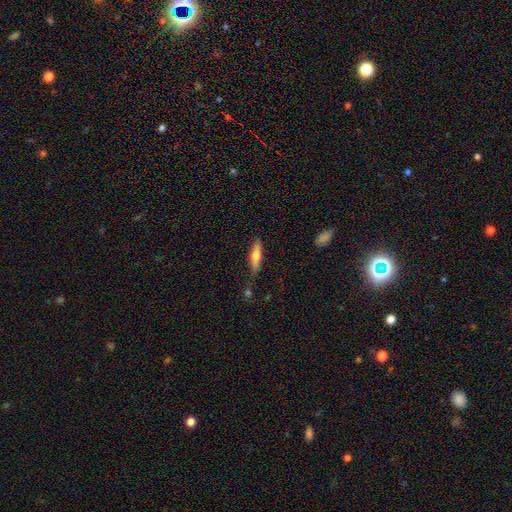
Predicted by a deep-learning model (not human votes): Q: Smooth or featured?
A: smooth (59%); runner-up: featured or disk (35%)
Q: How rounded?
A: cigar-shaped (74%); runner-up: in between (24%)
Q: Merging?
A: none (76%); runner-up: minor disturbance (16%)